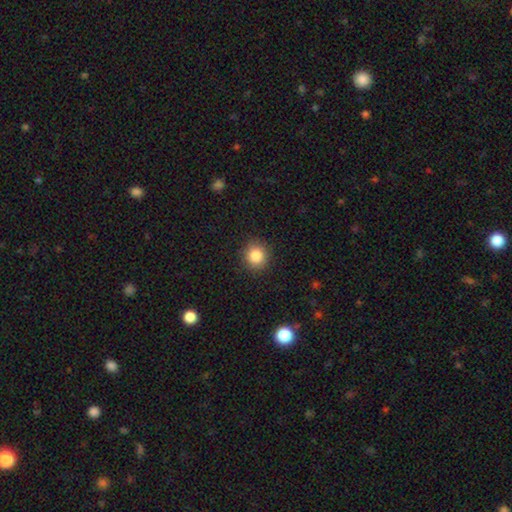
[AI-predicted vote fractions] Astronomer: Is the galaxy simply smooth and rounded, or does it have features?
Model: smooth — 85%.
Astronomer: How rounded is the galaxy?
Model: round — 89%.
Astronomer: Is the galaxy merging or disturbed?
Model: none — 90%.